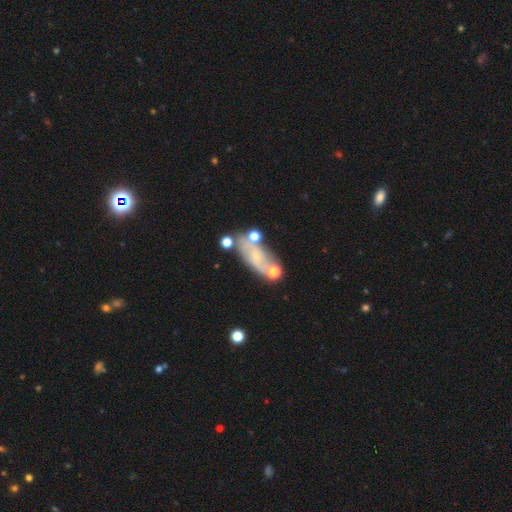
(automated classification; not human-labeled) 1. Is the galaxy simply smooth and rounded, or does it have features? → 43% smooth (tied), 43% featured or disk (tied), 14% star or artifact.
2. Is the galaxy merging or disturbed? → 52% none, 21% minor disturbance, 15% merger, 12% major disturbance.